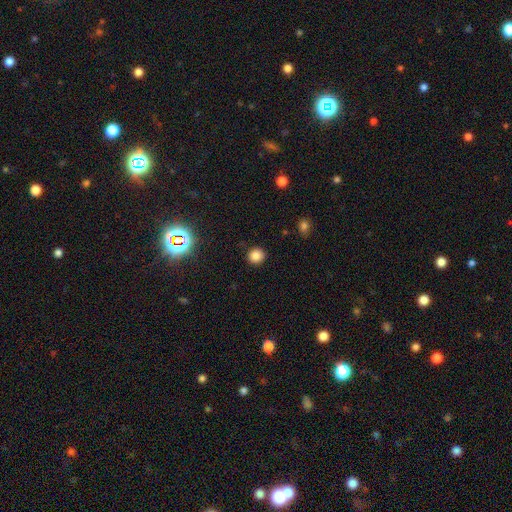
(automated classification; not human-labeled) This appears to be a smooth galaxy with no disk features (81%) that is round (90%). Merging: none (90%).